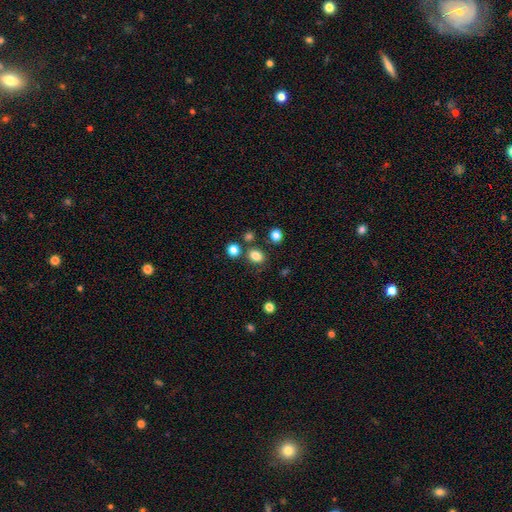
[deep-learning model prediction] Q: Smooth or featured?
A: smooth (82%); runner-up: star or artifact (13%)
Q: How rounded?
A: in between (52%); runner-up: round (48%)
Q: Merging?
A: none (76%); runner-up: minor disturbance (11%)